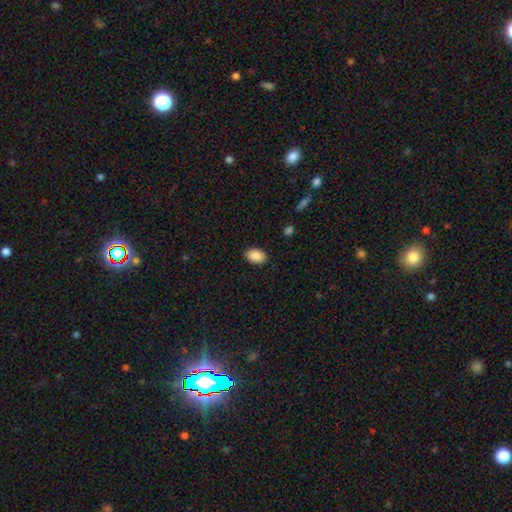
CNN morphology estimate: smooth_or_featured: smooth (p=0.89) [alt: star or artifact p=0.07]
how_rounded: in between (p=0.90) [alt: round p=0.09]
merging: none (p=0.88) [alt: minor disturbance p=0.09]